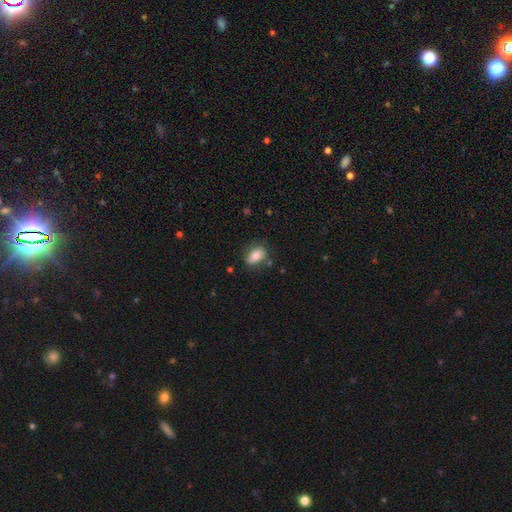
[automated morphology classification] smooth-or-featured: smooth: 72% | featured or disk: 20% | star or artifact: 8%
  how-rounded: in between: 81% | round: 15% | cigar-shaped: 4%
  merging: none: 71% | minor disturbance: 20% | major disturbance: 5% | merger: 3%